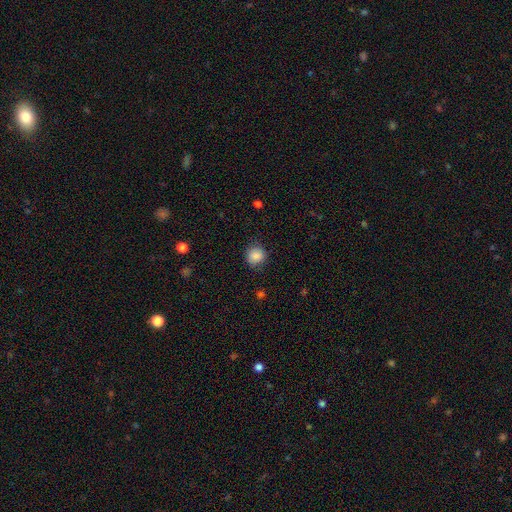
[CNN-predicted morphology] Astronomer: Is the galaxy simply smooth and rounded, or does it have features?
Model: smooth — 87%.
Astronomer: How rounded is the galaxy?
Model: round — 88%.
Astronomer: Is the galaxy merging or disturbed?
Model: none — 83%.